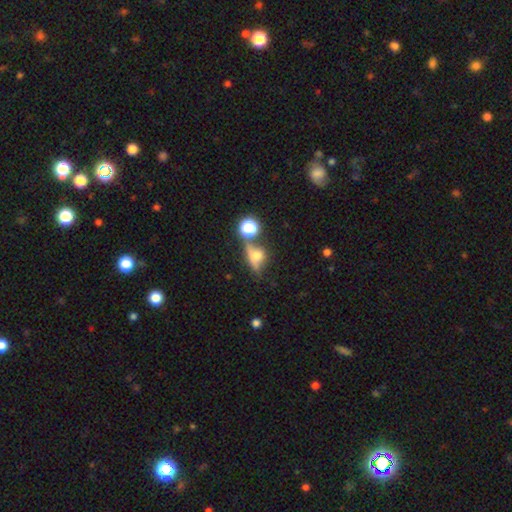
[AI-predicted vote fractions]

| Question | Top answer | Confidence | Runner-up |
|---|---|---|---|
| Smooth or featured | smooth | 51% | featured or disk (33%) |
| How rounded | in between | 48% | round (40%) |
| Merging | none | 45% | merger (21%) |